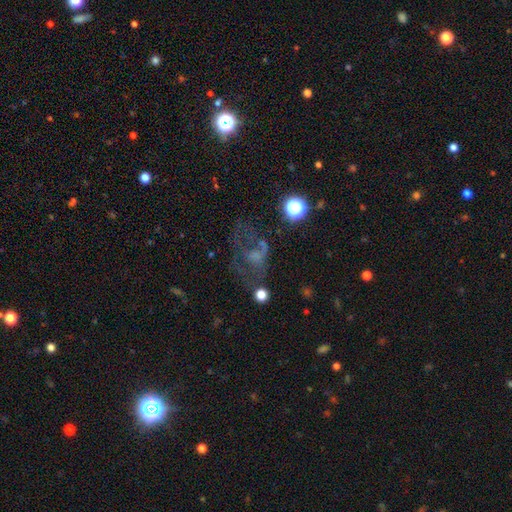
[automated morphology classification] Smooth or featured?
  - featured or disk: 39% *
  - smooth: 33%
  - star or artifact: 28%
Merging?
  - major disturbance: 40% *
  - none: 36%
  - minor disturbance: 16%
  - merger: 8%